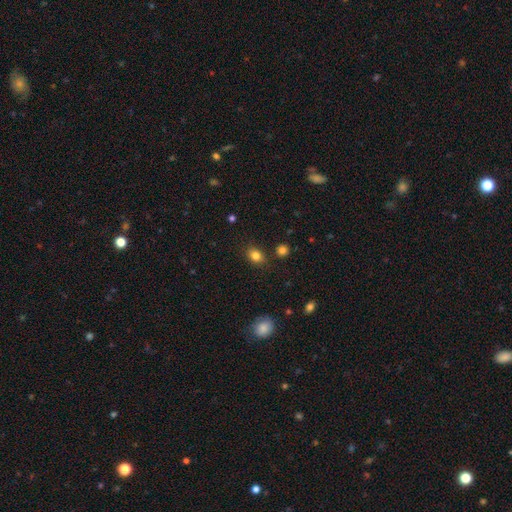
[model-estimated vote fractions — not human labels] Smooth or featured?
  - smooth: 82% *
  - star or artifact: 12%
  - featured or disk: 6%
How rounded?
  - in between: 56% *
  - round: 42%
  - cigar-shaped: 1%
Merging?
  - none: 83% *
  - minor disturbance: 11%
  - merger: 3%
  - major disturbance: 3%